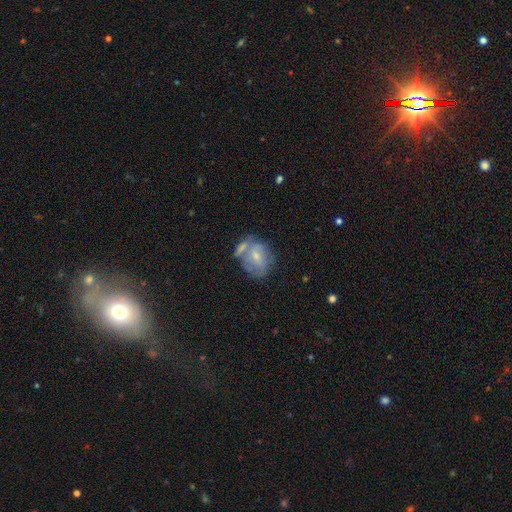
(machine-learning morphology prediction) Q: Smooth or featured?
A: featured or disk (46%); tied with: smooth (46%)
Q: Merging?
A: none (35%); runner-up: merger (33%)